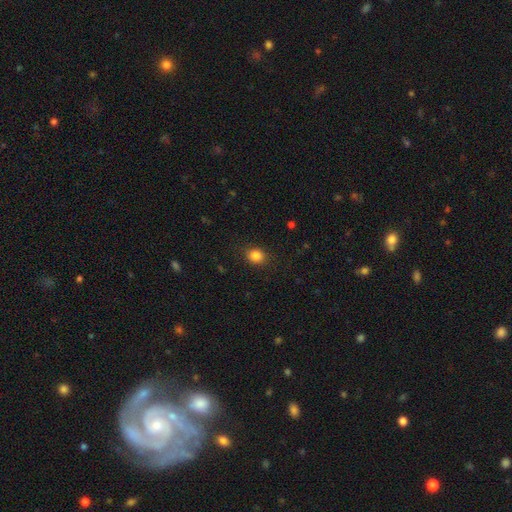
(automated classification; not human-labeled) Smooth or featured?
  - smooth: 85% *
  - star or artifact: 11%
  - featured or disk: 5%
How rounded?
  - round: 67% *
  - in between: 32%
  - cigar-shaped: 1%
Merging?
  - none: 86% *
  - minor disturbance: 10%
  - major disturbance: 3%
  - merger: 1%